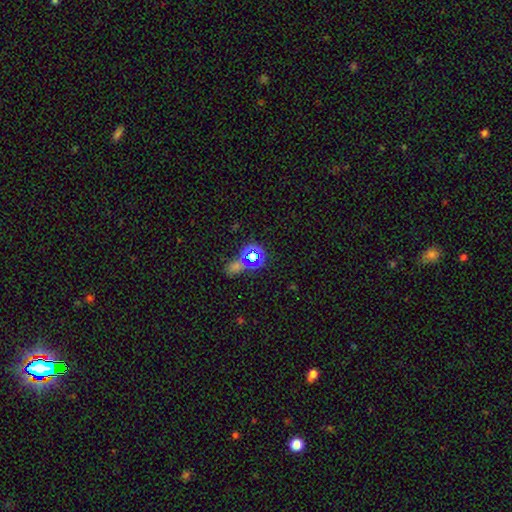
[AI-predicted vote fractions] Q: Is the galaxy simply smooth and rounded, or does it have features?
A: smooth — 50%.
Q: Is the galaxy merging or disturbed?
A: none — 55%.